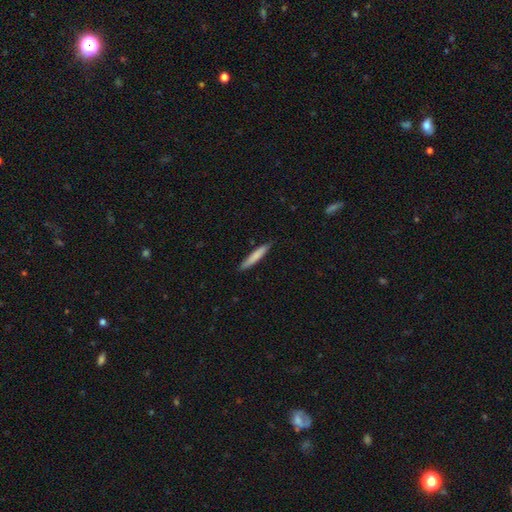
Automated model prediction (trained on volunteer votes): A smooth galaxy with no disk features (77%) that is cigar-shaped (93%).

Vote fractions:
- Smooth or featured? smooth: 77% / featured or disk: 18% / star or artifact: 6%
- How rounded? cigar-shaped: 93% / in between: 5% / round: 1%
- Merging? none: 86% / minor disturbance: 11% / major disturbance: 2% / merger: 1%